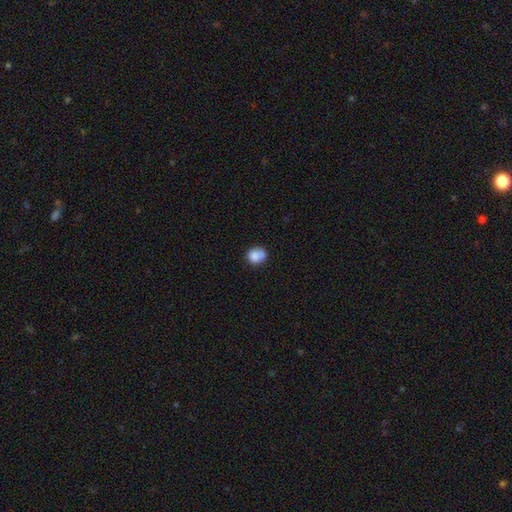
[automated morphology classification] smooth-or-featured: smooth: 80% | featured or disk: 10% | star or artifact: 9%
  how-rounded: round: 77% | in between: 22% | cigar-shaped: 1%
  merging: none: 53% | merger: 21% | minor disturbance: 20% | major disturbance: 6%